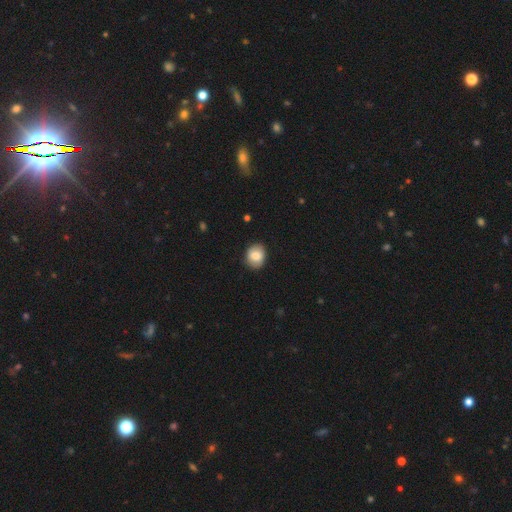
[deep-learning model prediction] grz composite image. It shows a smooth galaxy with no disk features (82%) that is round (58%). Merging: none (84%).